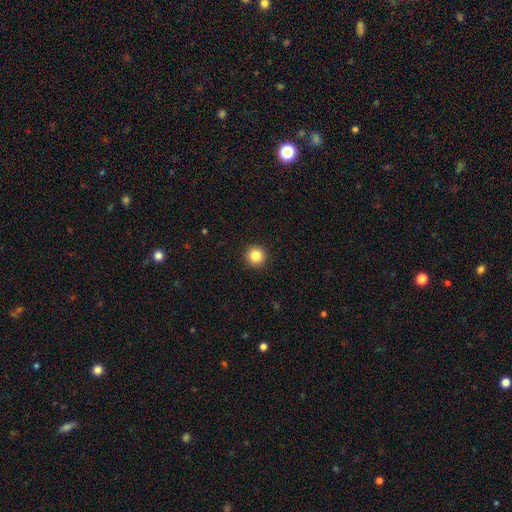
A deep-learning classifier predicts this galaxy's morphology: smooth 84%, star or artifact 11%, featured or disk 5%. Down the decision tree: how rounded — round (96%); merging — none (93%).